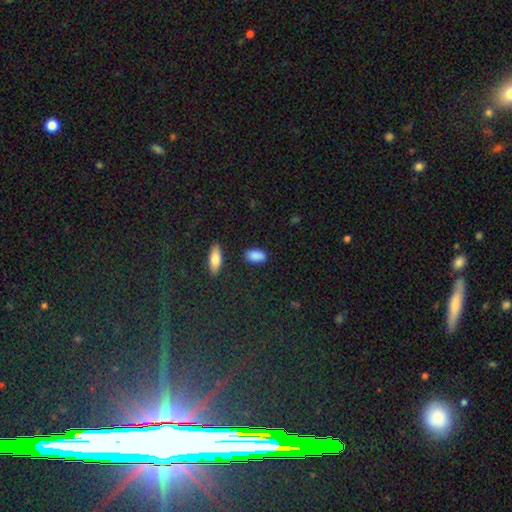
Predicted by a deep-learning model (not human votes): Morphology: type=smooth (87%); roundness=in between (90%); merging=none (82%).